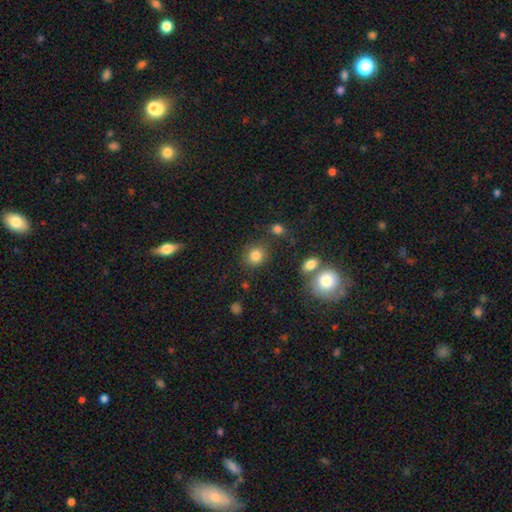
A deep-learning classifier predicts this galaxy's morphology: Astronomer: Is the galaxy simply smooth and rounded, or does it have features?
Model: smooth — 83%.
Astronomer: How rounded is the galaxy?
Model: round — 79%.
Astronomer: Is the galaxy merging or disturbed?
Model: none — 79%.